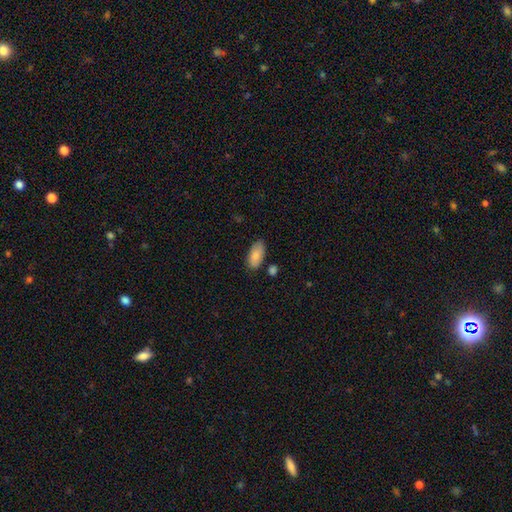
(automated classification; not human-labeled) Smooth or featured? smooth (85%)
How rounded? in between (92%)
Merging? none (78%)